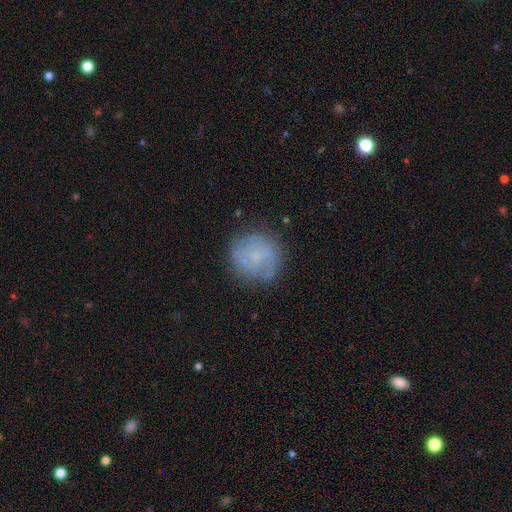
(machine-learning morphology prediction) Smooth or featured? Predicted: smooth (p=0.50). Merging? Predicted: none (p=0.73).